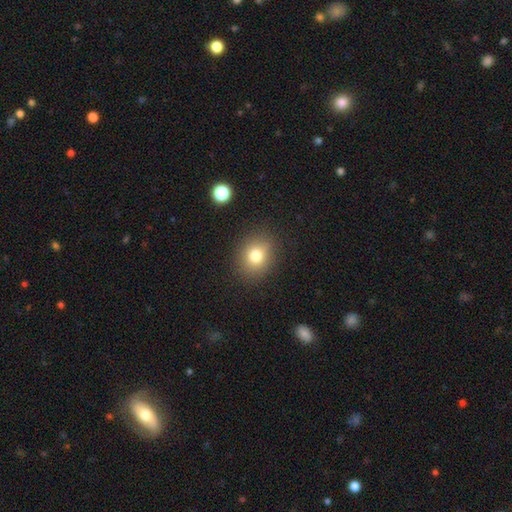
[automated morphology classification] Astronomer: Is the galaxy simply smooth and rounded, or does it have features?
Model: smooth — 77%.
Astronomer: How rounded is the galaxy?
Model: round — 65%.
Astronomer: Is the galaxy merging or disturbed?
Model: none — 86%.